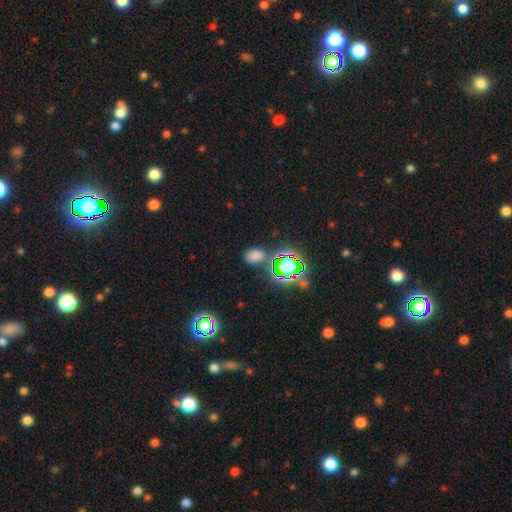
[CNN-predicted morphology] This is likely a smooth galaxy (63%). How rounded: likely in between (67%). Merging: likely none (75%).